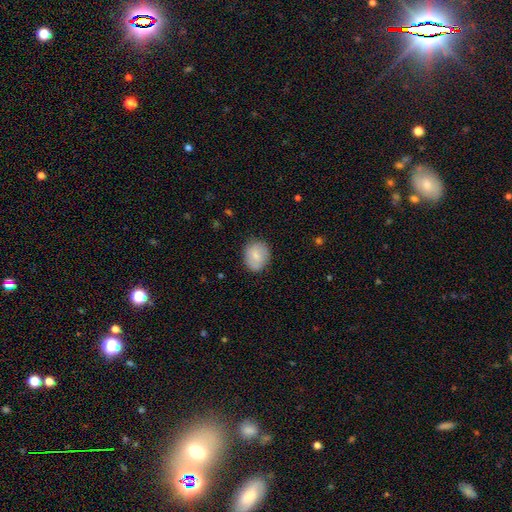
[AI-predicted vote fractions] Smooth or featured: smooth — 79% (featured or disk — 14%)
How rounded: round — 58% (in between — 41%)
Merging: none — 82% (minor disturbance — 14%)